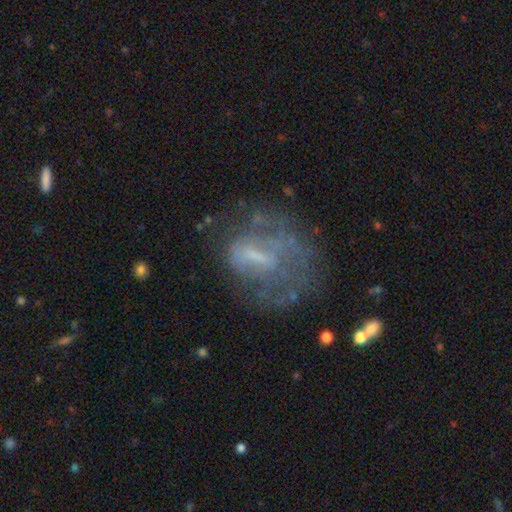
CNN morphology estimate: A featured or disk galaxy (58%) with no bar (43%), no spiral arms (71%) and a small central bulge (37%). Merging: none (42%).